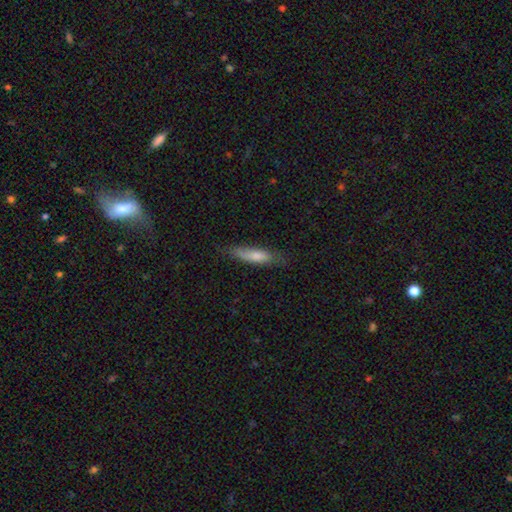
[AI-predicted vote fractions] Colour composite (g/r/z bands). It shows a smooth galaxy with no disk features (73%) that is cigar-shaped (66%). Merging: none (69%).